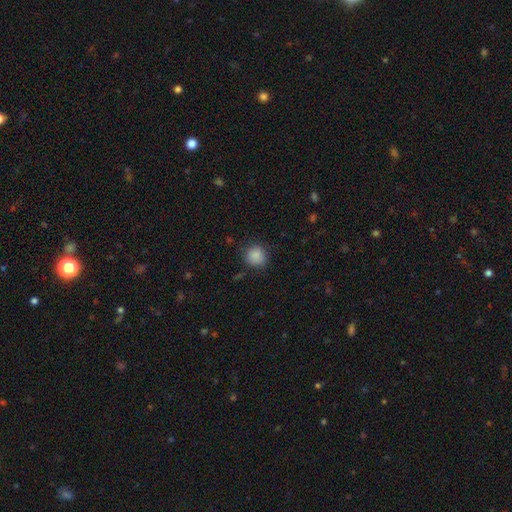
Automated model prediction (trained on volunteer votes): This appears to be a smooth galaxy with no disk features (86%) that is round (86%). Merging: none (80%).